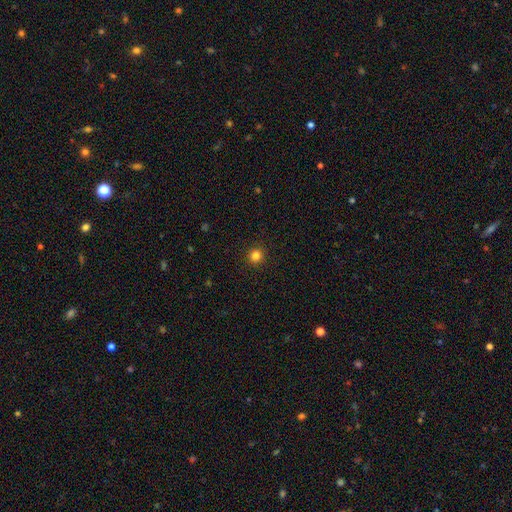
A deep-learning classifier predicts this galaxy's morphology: Q: Smooth or featured?
A: smooth (82%); runner-up: star or artifact (14%)
Q: How rounded?
A: round (95%); runner-up: in between (4%)
Q: Merging?
A: none (93%); runner-up: minor disturbance (5%)